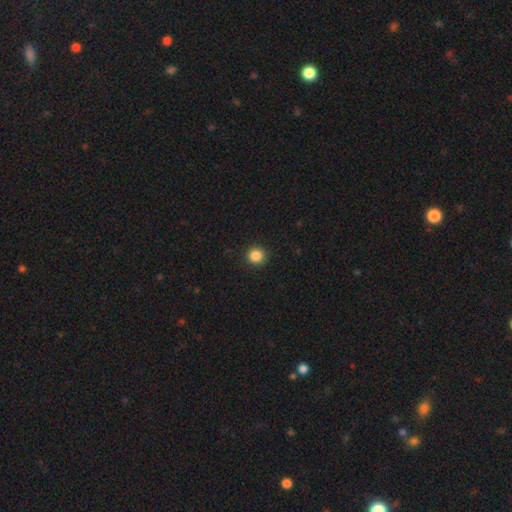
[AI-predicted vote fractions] This appears to be a smooth galaxy with no disk features (86%) that is round (93%). Merging: none (91%).